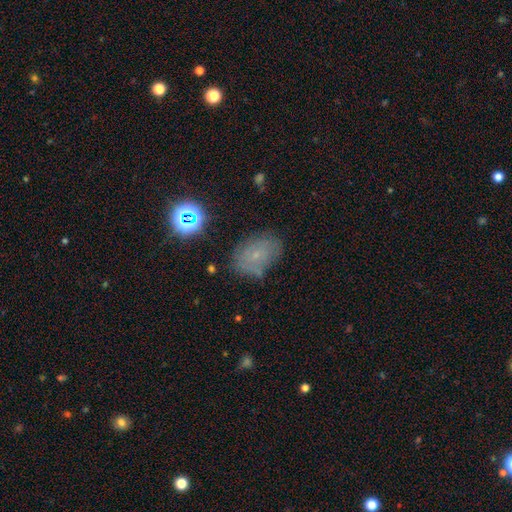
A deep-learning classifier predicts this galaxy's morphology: Smooth or featured: smooth — 49% (featured or disk — 30%)
Merging: none — 69% (minor disturbance — 21%)